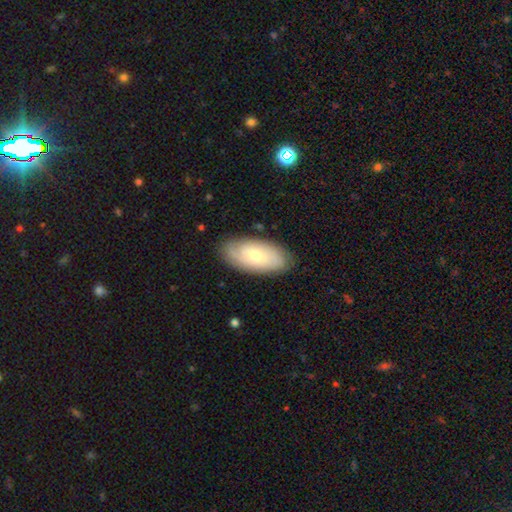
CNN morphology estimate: smooth 53%, featured or disk 41%, star or artifact 6%. Down the decision tree: how rounded — in between (92%); merging — none (83%).